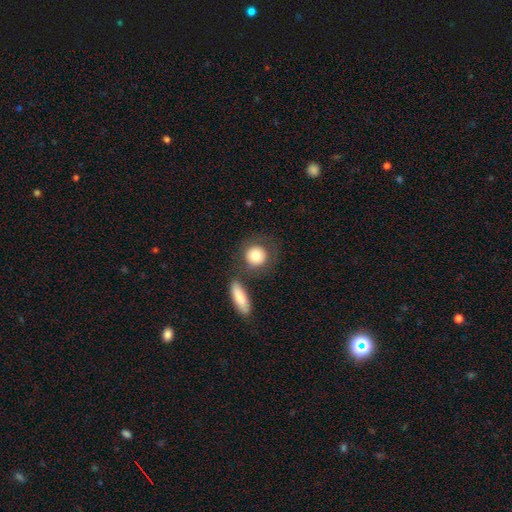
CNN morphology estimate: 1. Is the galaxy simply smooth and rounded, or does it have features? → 79% smooth, 13% featured or disk, 7% star or artifact.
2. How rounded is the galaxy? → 84% round, 14% in between, 2% cigar-shaped.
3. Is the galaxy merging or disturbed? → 65% none, 16% merger, 13% minor disturbance, 6% major disturbance.